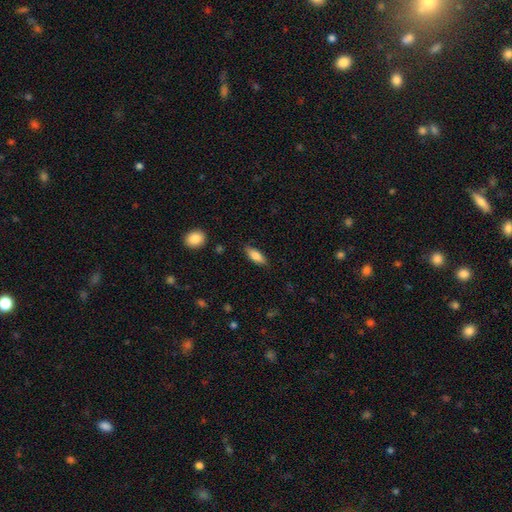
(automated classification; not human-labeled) Smooth or featured? Predicted: smooth (p=0.81). How rounded? Predicted: in between (p=0.73). Merging? Predicted: none (p=0.83).